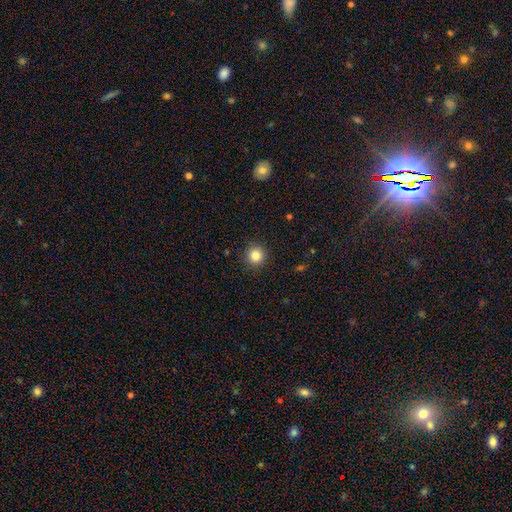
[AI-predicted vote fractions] A smooth galaxy with no disk features (84%) that is round (95%).

Vote fractions:
- Smooth or featured? smooth: 84% / star or artifact: 11% / featured or disk: 5%
- How rounded? round: 95% / in between: 4% / cigar-shaped: 1%
- Merging? none: 91% / minor disturbance: 6% / major disturbance: 2% / merger: 1%